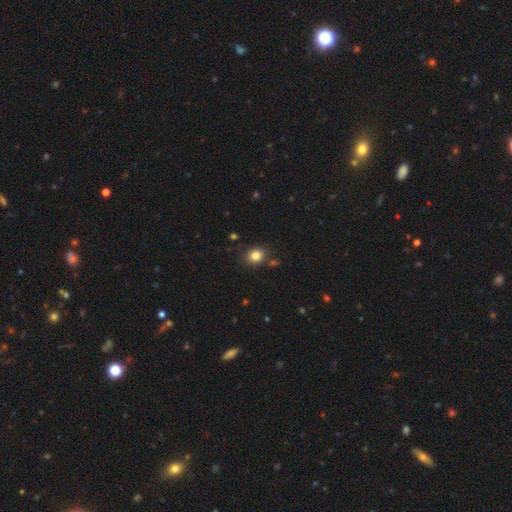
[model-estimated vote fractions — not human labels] A smooth galaxy with no disk features (83%) that is round (64%). Merging: none (81%).